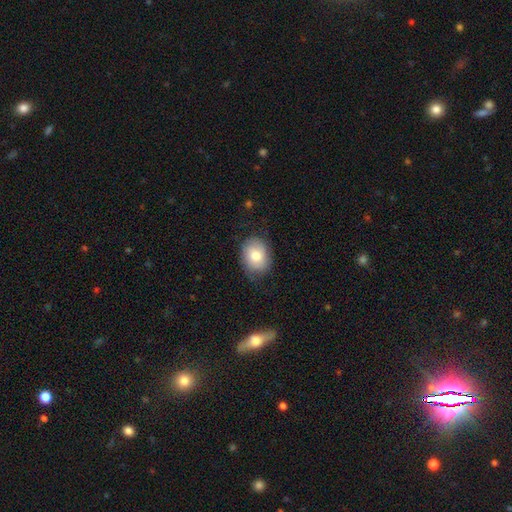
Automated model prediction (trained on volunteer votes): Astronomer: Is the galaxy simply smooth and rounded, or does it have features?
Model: smooth — 75%.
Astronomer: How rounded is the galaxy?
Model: in between — 58% (runner-up: round, 41%).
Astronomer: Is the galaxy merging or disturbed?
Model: none — 73%.